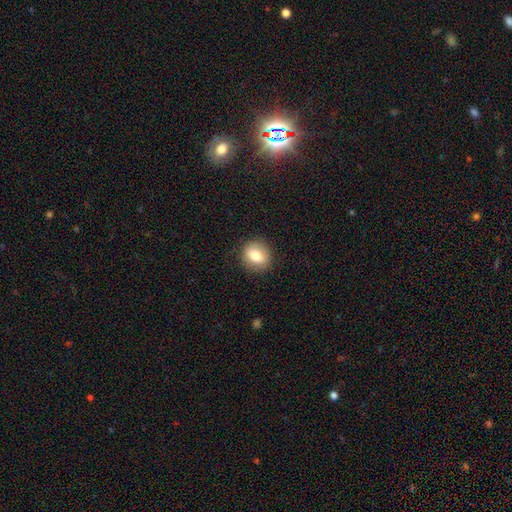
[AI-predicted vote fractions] This appears to be a smooth galaxy with no disk features (77%) that is round (72%). Merging: none (87%).